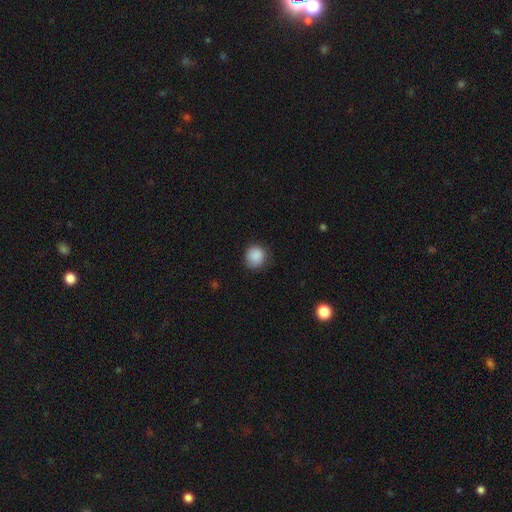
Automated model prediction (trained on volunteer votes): Q: Smooth or featured?
A: smooth (88%); runner-up: star or artifact (8%)
Q: How rounded?
A: round (88%); runner-up: in between (11%)
Q: Merging?
A: none (84%); runner-up: minor disturbance (12%)